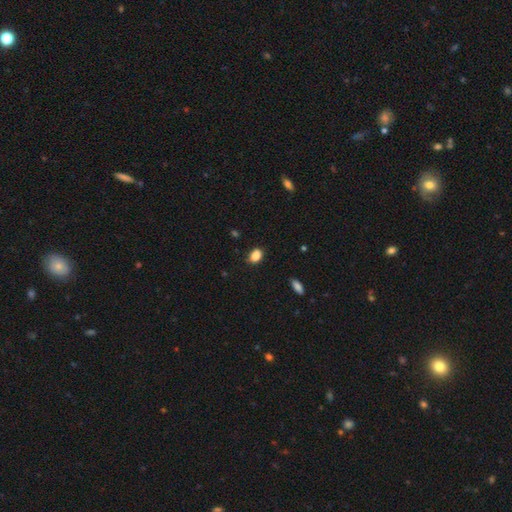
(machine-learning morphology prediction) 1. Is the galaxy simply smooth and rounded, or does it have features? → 86% smooth, 9% star or artifact, 5% featured or disk.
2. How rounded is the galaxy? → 76% in between, 22% round, 2% cigar-shaped.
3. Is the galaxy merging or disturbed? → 83% none, 14% minor disturbance, 2% major disturbance, 1% merger.